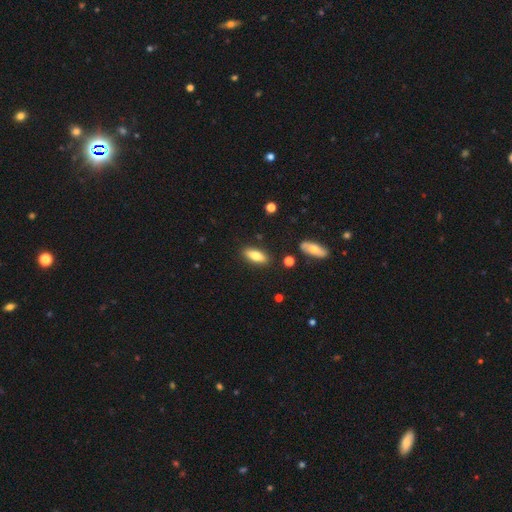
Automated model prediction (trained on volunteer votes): Overall: smooth (80%). How rounded: in between (73%). Merging: none (85%).